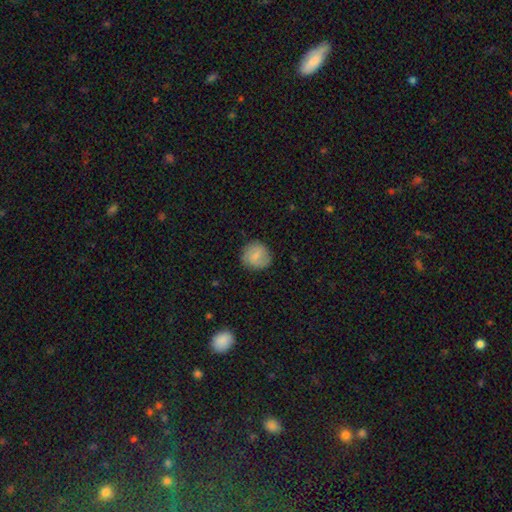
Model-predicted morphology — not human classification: Smooth or featured: smooth — 76% (featured or disk — 17%)
How rounded: round — 89% (in between — 10%)
Merging: none — 84% (minor disturbance — 12%)